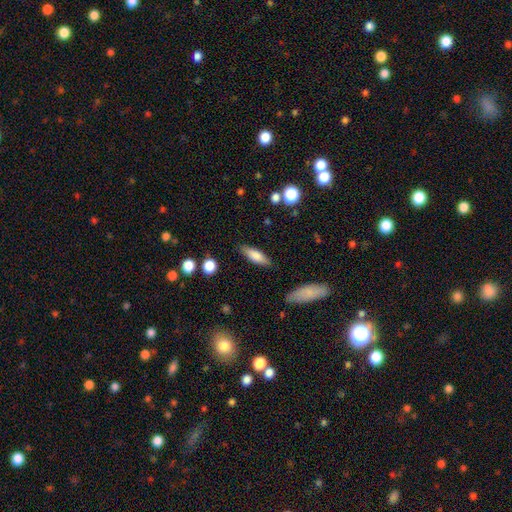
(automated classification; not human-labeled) This is likely a smooth galaxy (75%). How rounded: possibly in between (51%). Merging: clearly none (85%).